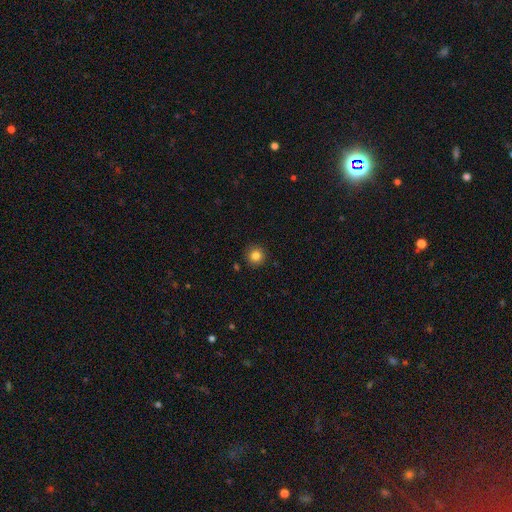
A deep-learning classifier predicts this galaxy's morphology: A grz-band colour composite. It shows a smooth galaxy with no disk features (83%) that is round (95%). Merging: none (91%).